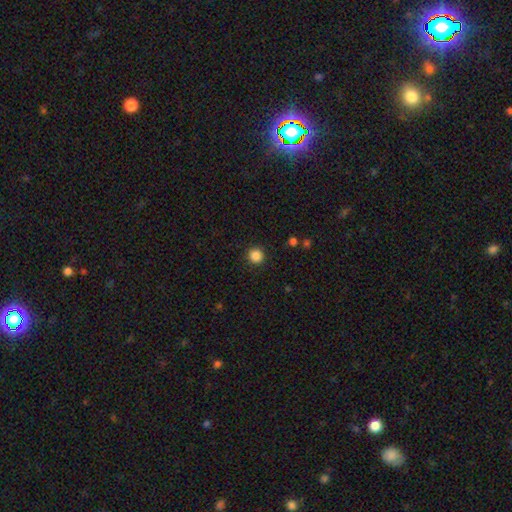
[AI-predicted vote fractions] Q: Smooth or featured?
A: smooth (86%); runner-up: star or artifact (11%)
Q: How rounded?
A: round (94%); runner-up: in between (5%)
Q: Merging?
A: none (92%); runner-up: minor disturbance (5%)